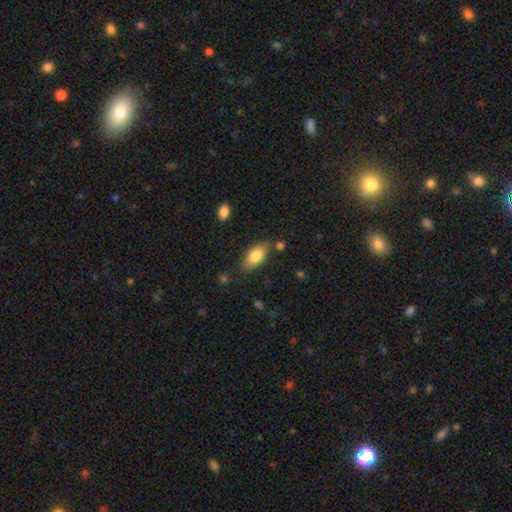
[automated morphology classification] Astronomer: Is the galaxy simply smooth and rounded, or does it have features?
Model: smooth — 82%.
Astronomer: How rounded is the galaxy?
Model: in between — 90%.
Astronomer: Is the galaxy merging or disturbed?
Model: none — 77%.